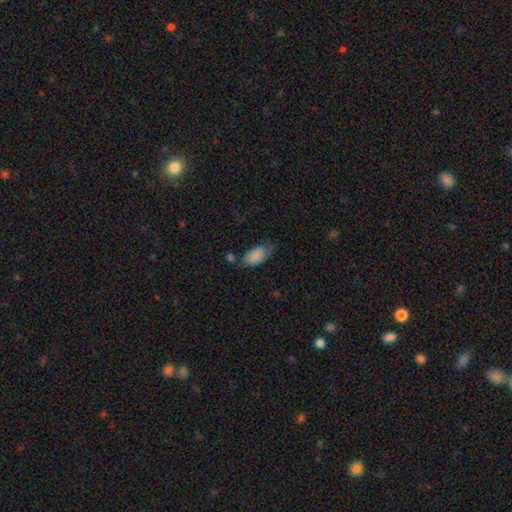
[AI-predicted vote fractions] Overall: smooth (84%). How rounded: in between (94%). Merging: none (44%; minor disturbance 35%).